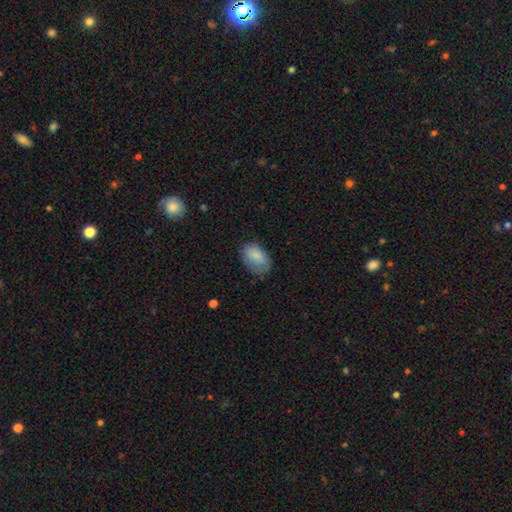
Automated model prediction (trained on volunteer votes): smooth-or-featured: smooth: 84% | featured or disk: 9% | star or artifact: 7%
  how-rounded: in between: 88% | round: 11% | cigar-shaped: 1%
  merging: none: 62% | minor disturbance: 28% | major disturbance: 9% | merger: 1%